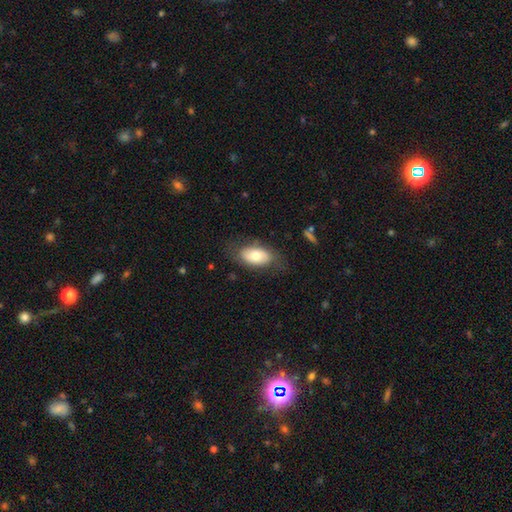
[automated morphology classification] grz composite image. It shows a smooth galaxy with no disk features (70%) that is in between round and cigar-shaped (92%). Merging: none (69%).